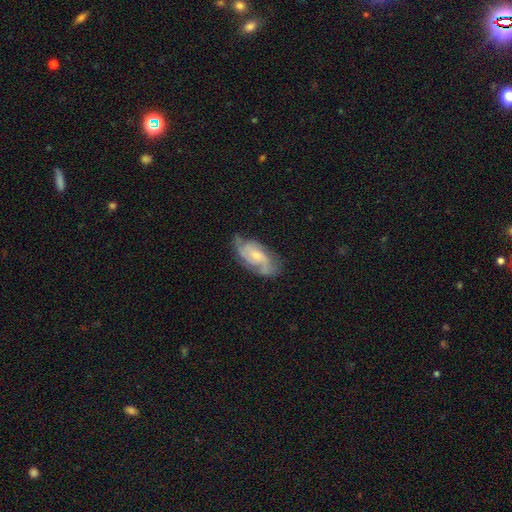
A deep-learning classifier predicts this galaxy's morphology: Smooth or featured? Predicted: featured or disk (p=0.74). Edge-on disk? Predicted: no (p=0.95). Bar? Predicted: no (p=0.63). Spiral arms? Predicted: yes (p=0.93). Spiral winding? Predicted: medium (p=0.46). Spiral arm count? Predicted: 2 (p=0.47). Bulge size? Predicted: small (p=0.55). Merging? Predicted: none (p=0.65).